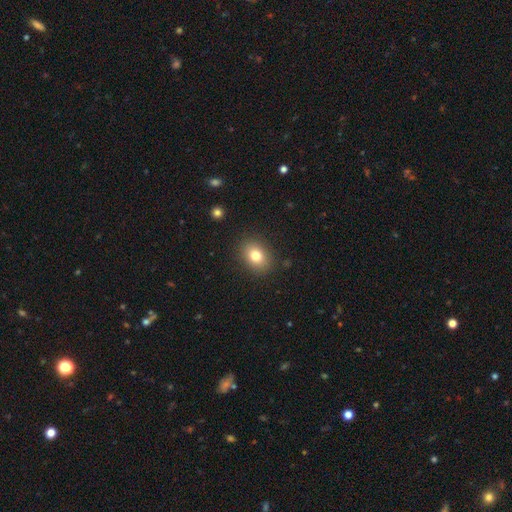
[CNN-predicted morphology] Smooth or featured?
  - smooth: 79% *
  - star or artifact: 11%
  - featured or disk: 10%
How rounded?
  - in between: 61% *
  - round: 37%
  - cigar-shaped: 1%
Merging?
  - none: 87% *
  - minor disturbance: 9%
  - major disturbance: 3%
  - merger: 1%